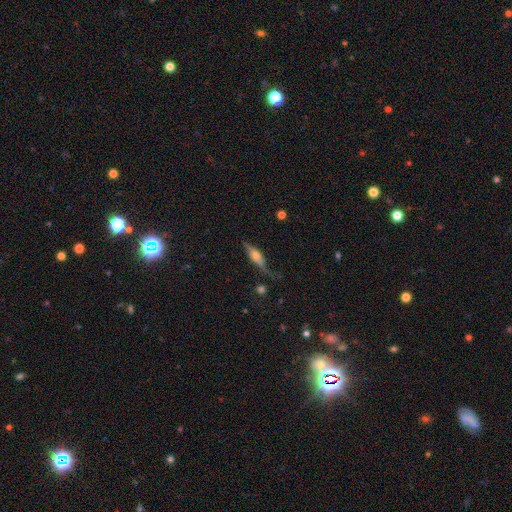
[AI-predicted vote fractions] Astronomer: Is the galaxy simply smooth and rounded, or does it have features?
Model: featured or disk — 57% (runner-up: smooth, 35%).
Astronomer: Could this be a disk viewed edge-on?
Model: yes — 85%.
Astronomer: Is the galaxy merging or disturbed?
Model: none — 58%.